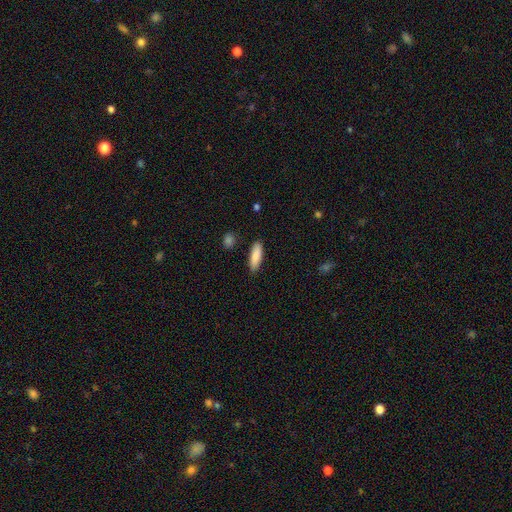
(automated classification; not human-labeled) smooth-or-featured: smooth: 86% | featured or disk: 8% | star or artifact: 6%
  how-rounded: in between: 50% | cigar-shaped: 48% | round: 2%
  merging: none: 87% | minor disturbance: 9% | major disturbance: 2% | merger: 2%